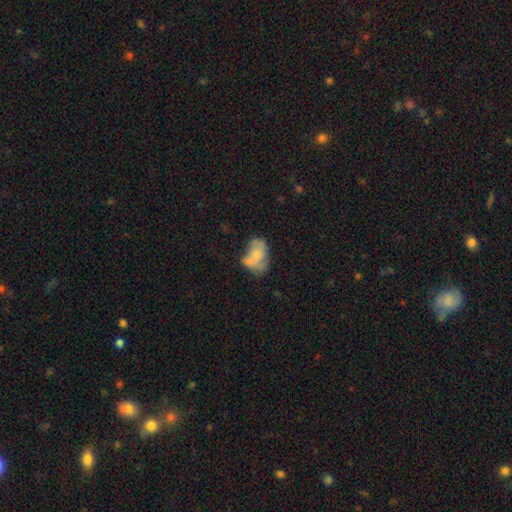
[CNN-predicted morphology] A smooth galaxy with no disk features (63%) that is in between round and cigar-shaped (86%). Merging: merger (35%).